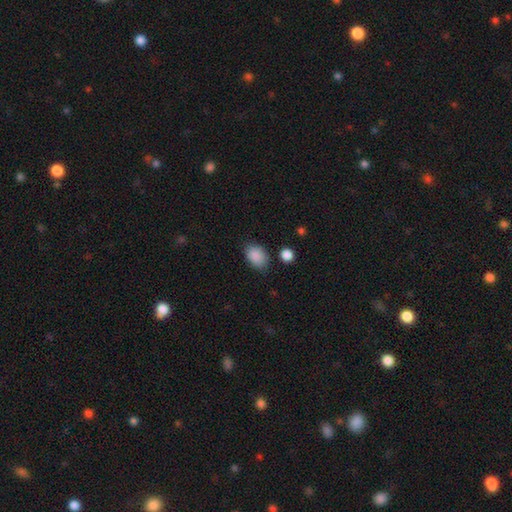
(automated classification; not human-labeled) Smooth or featured? smooth (89%)
How rounded? in between (83%)
Merging? none (76%)